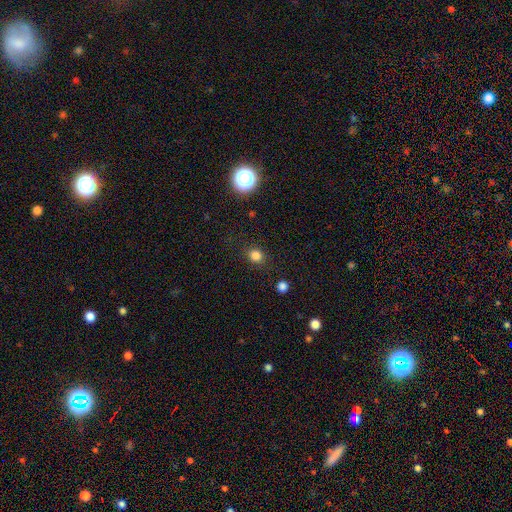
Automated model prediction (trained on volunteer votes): smooth_or_featured: smooth (p=0.82) [alt: star or artifact p=0.14]
how_rounded: round (p=0.78) [alt: in between p=0.21]
merging: none (p=0.85) [alt: minor disturbance p=0.09]